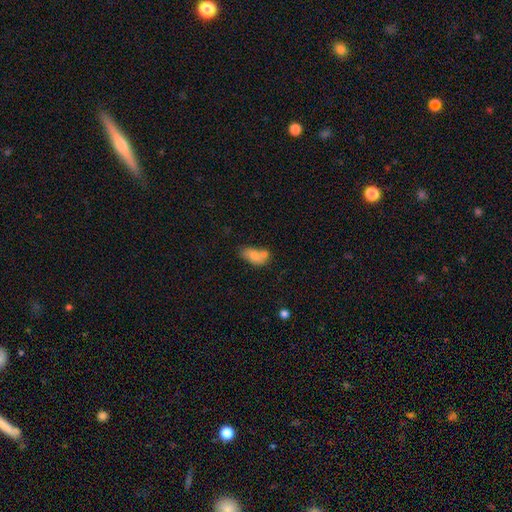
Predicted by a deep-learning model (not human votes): Overall: smooth (72%). How rounded: in between (86%). Merging: merger (40%; none 39%).